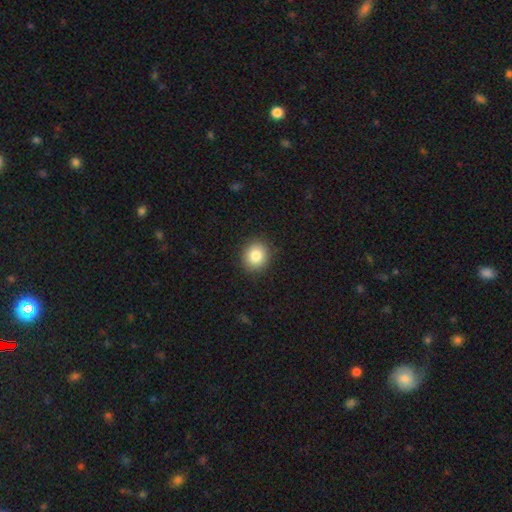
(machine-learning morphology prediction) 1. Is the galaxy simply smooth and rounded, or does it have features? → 84% smooth, 9% star or artifact, 6% featured or disk.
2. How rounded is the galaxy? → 80% round, 19% in between, 1% cigar-shaped.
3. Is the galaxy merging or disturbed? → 91% none, 7% minor disturbance, 2% major disturbance, 1% merger.